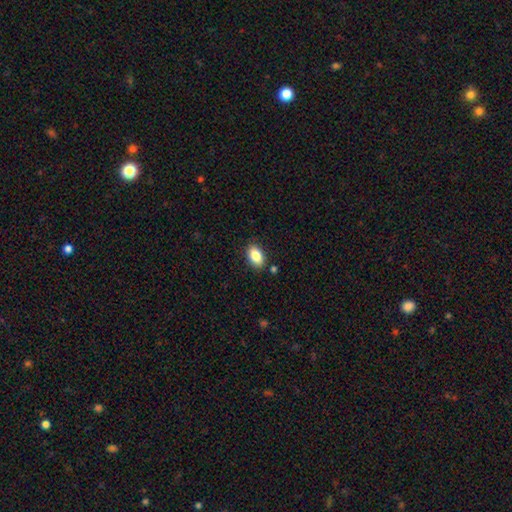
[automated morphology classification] type=smooth (85%); roundness=in between (90%); merging=none (85%).